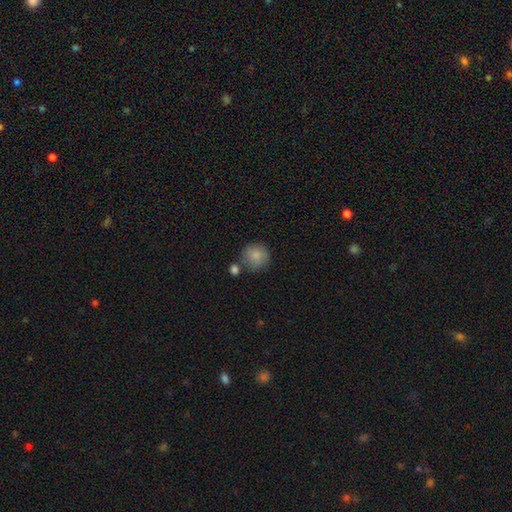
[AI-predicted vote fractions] Morphology: type=smooth (86%); roundness=round (92%); merging=none (71%).